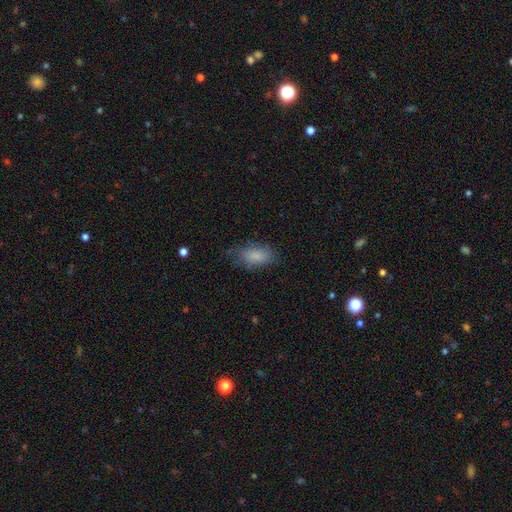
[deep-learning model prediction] This is clearly a smooth galaxy (84%). How rounded: clearly in between (91%). Merging: likely none (68%).